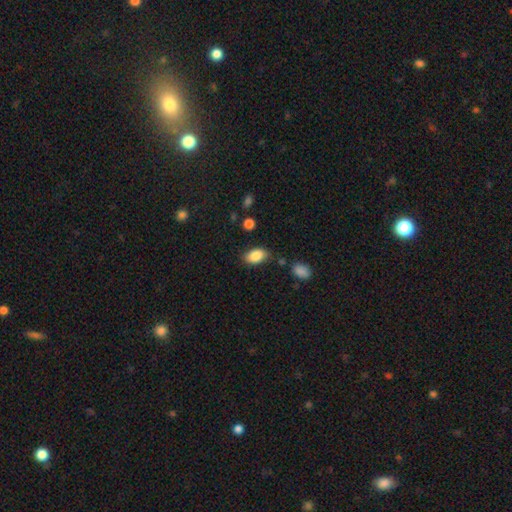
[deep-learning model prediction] A smooth galaxy with no disk features (87%) that is in between round and cigar-shaped (89%).

Vote fractions:
- Smooth or featured? smooth: 87% / star or artifact: 7% / featured or disk: 6%
- How rounded? in between: 89% / round: 9% / cigar-shaped: 2%
- Merging? none: 77% / minor disturbance: 16% / merger: 4% / major disturbance: 4%